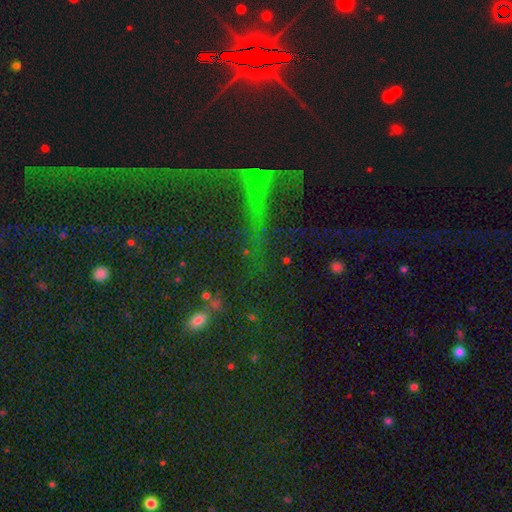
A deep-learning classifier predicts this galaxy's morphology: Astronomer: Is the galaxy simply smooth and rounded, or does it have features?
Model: star or artifact — 62%.